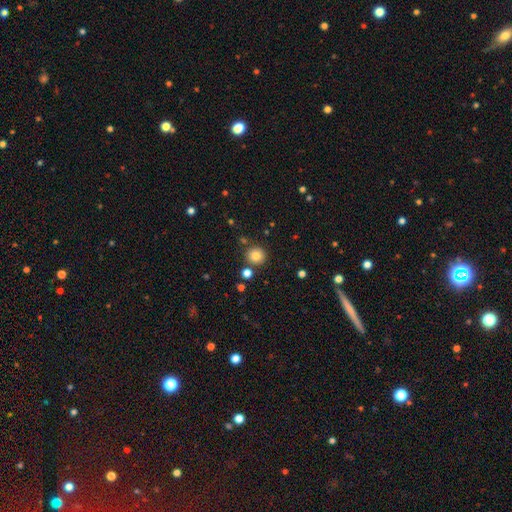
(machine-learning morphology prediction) smooth-or-featured: smooth: 82% | star or artifact: 12% | featured or disk: 6%
  how-rounded: round: 93% | in between: 7% | cigar-shaped: 1%
  merging: none: 85% | minor disturbance: 7% | merger: 6% | major disturbance: 2%